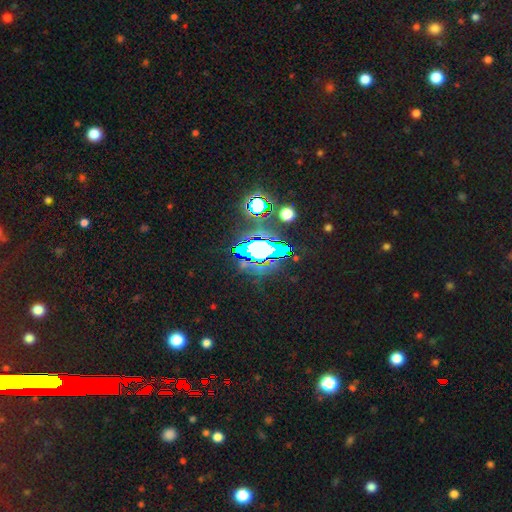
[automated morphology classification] Overall: star or artifact (78%).